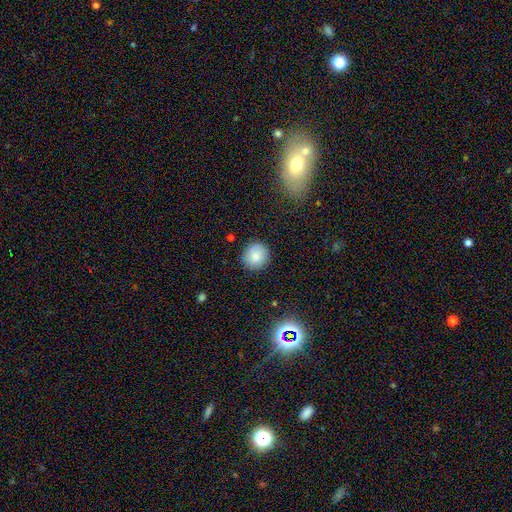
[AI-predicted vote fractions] Smooth or featured?
  - smooth: 79% *
  - featured or disk: 11%
  - star or artifact: 9%
How rounded?
  - round: 92% *
  - in between: 7%
  - cigar-shaped: 1%
Merging?
  - none: 88% *
  - minor disturbance: 9%
  - major disturbance: 2%
  - merger: 1%